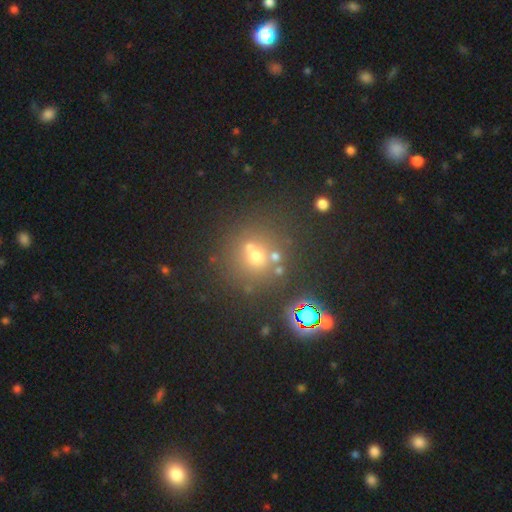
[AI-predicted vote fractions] Smooth or featured: smooth — 43% (star or artifact — 40%)
Merging: none — 59% (merger — 26%)